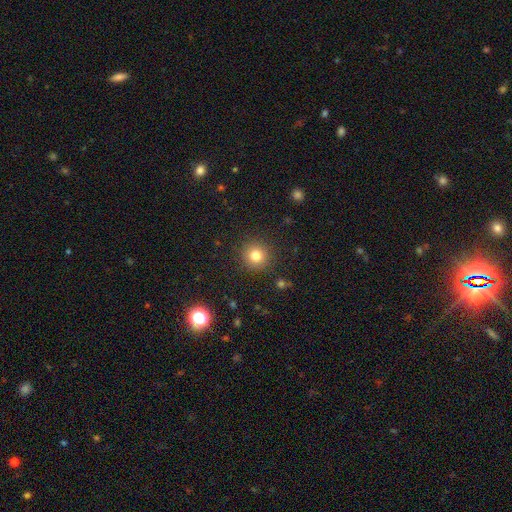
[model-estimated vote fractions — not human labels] Smooth or featured: smooth — 79% (star or artifact — 14%)
How rounded: round — 93% (in between — 6%)
Merging: none — 90% (minor disturbance — 6%)